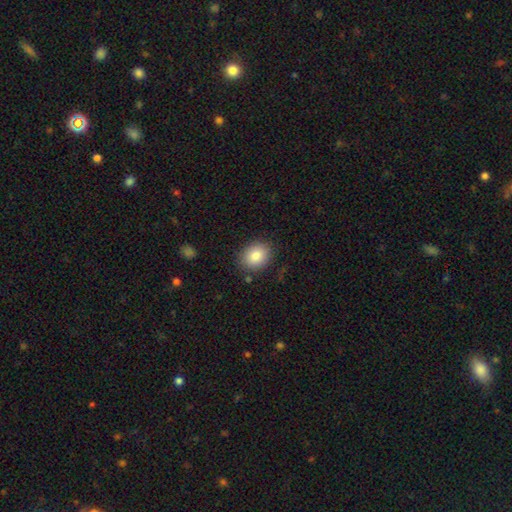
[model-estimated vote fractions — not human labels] Smooth or featured: smooth — 85% (star or artifact — 8%)
How rounded: in between — 52% (round — 47%)
Merging: none — 85% (minor disturbance — 10%)